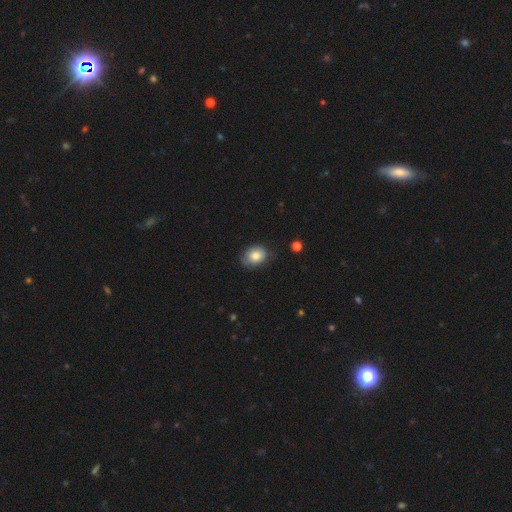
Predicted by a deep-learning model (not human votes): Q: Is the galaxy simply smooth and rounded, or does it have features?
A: smooth — 80%.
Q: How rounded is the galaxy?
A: in between — 60%.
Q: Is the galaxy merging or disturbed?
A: none — 69%.